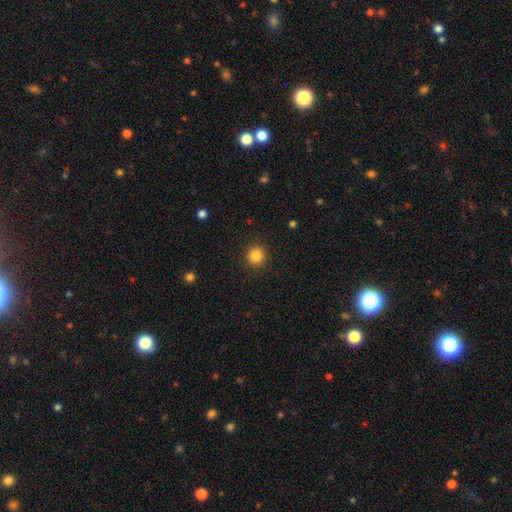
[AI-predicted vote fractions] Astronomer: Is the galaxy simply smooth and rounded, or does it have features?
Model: smooth — 85%.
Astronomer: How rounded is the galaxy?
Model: round — 93%.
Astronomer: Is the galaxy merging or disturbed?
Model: none — 91%.